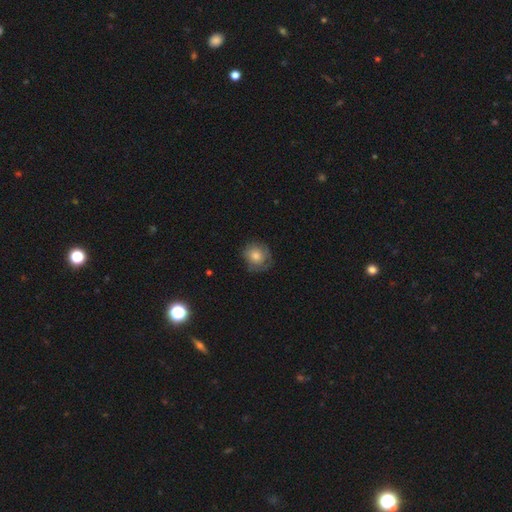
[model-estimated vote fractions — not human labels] smooth-or-featured: smooth: 71% | featured or disk: 20% | star or artifact: 9%
  how-rounded: round: 84% | in between: 15% | cigar-shaped: 1%
  merging: none: 69% | minor disturbance: 22% | major disturbance: 7% | merger: 1%